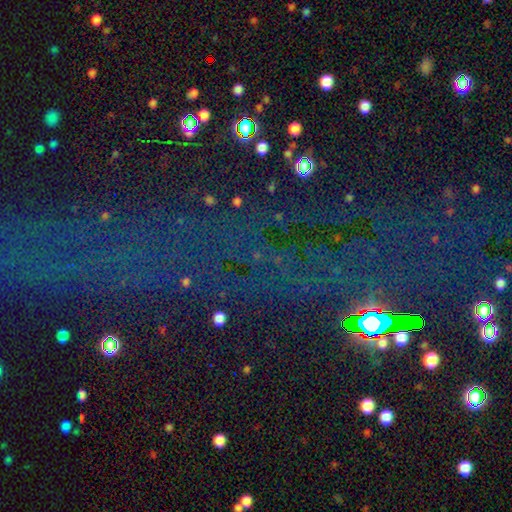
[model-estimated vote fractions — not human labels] A star or artifact, not a galaxy (79%).